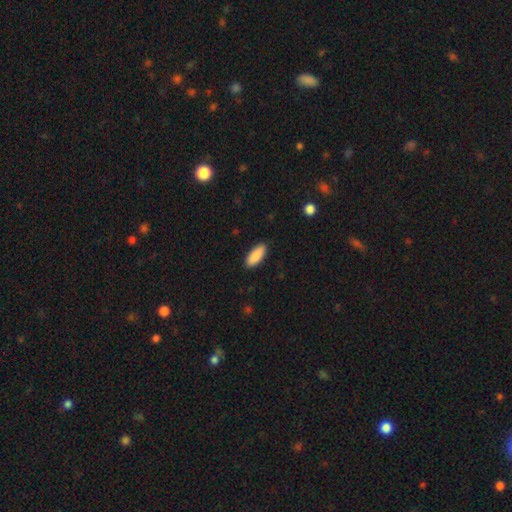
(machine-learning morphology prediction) Smooth or featured: smooth — 89% (star or artifact — 6%)
How rounded: in between — 82% (cigar-shaped — 16%)
Merging: none — 90% (minor disturbance — 8%)